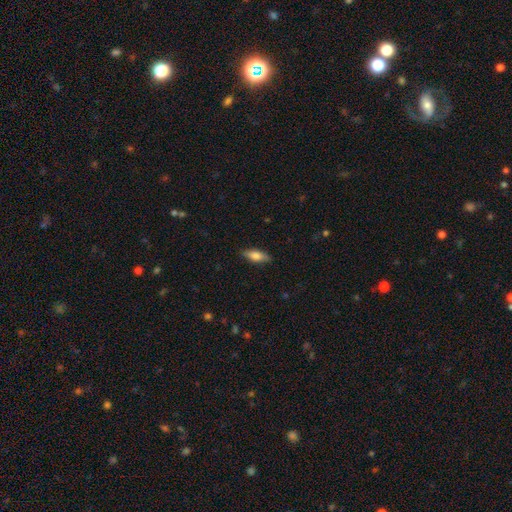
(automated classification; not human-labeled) Smooth or featured? Predicted: smooth (p=0.73). How rounded? Predicted: in between (p=0.69). Merging? Predicted: none (p=0.86).